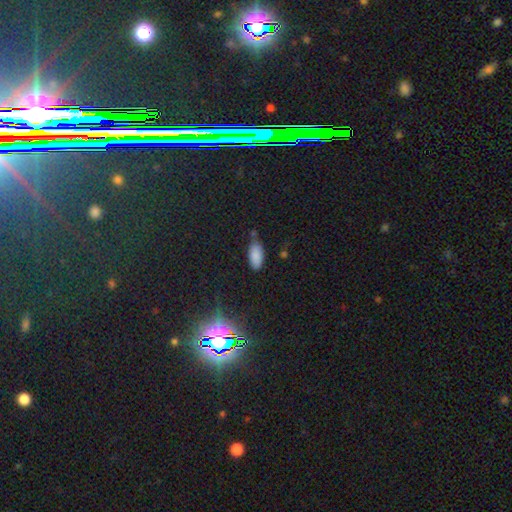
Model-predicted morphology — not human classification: Smooth or featured: smooth — 84% (star or artifact — 10%)
How rounded: in between — 89% (cigar-shaped — 8%)
Merging: none — 72% (minor disturbance — 20%)